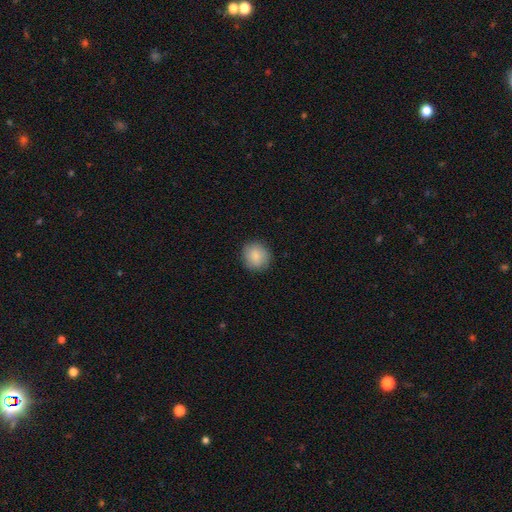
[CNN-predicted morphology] This appears to be a smooth galaxy with no disk features (88%) that is round (87%). Merging: none (88%).